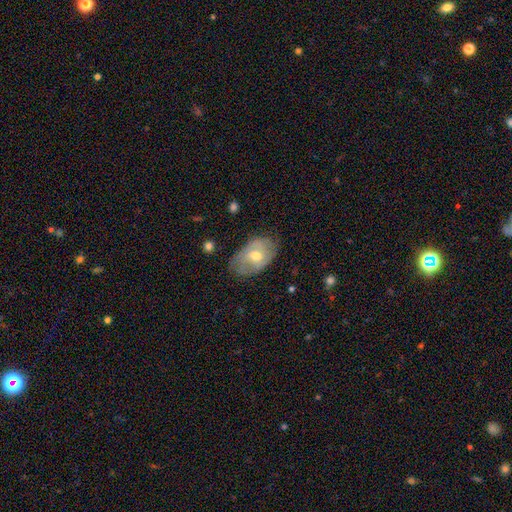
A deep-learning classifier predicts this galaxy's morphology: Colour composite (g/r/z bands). It shows a featured or disk galaxy (47%). Merging: none (67%).